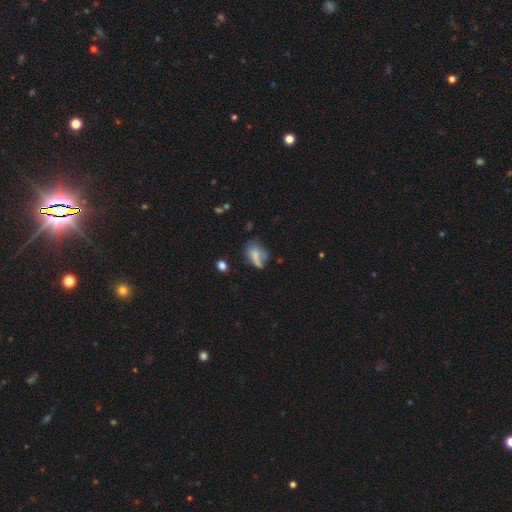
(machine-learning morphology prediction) A smooth galaxy with no disk features (64%) that is in between round and cigar-shaped (71%). Merging: none (39%).